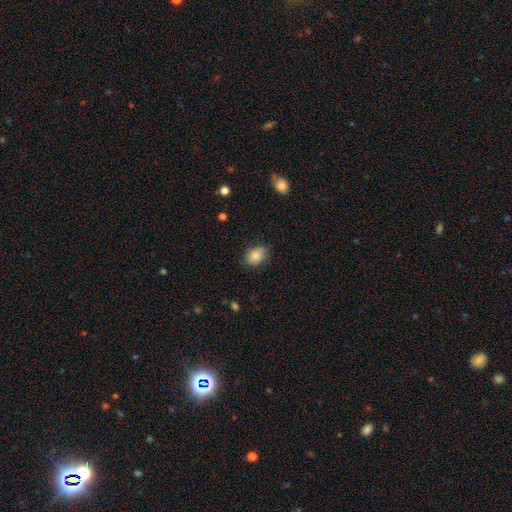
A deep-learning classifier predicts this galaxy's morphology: The model was most divided on "how rounded": in between: 69%, round: 30%, cigar-shaped: 1%. More confident: smooth or featured — smooth (85%); merging — none (77%).